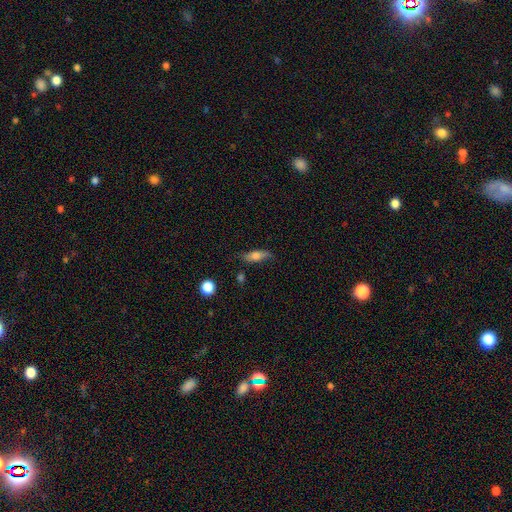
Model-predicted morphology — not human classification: This is likely a smooth galaxy (64%). How rounded: possibly in between (60%). Merging: likely none (66%).